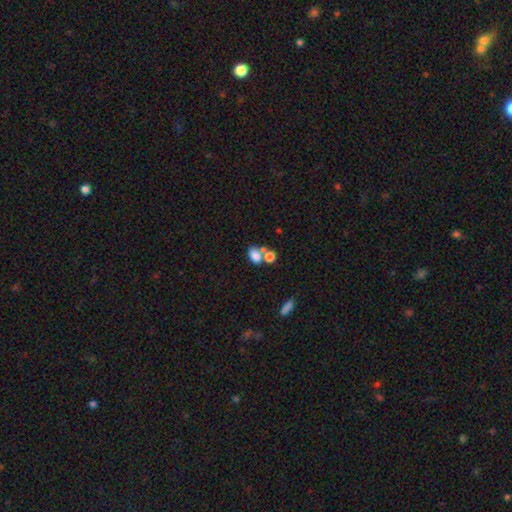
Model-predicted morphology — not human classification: Smooth or featured: smooth — 78% (featured or disk — 11%)
How rounded: in between — 79% (round — 19%)
Merging: merger — 48% (none — 37%)